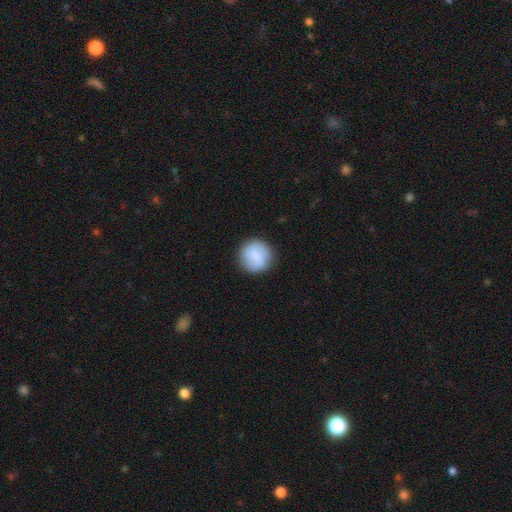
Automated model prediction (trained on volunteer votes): Smooth or featured? smooth (79%)
How rounded? round (93%)
Merging? none (86%)